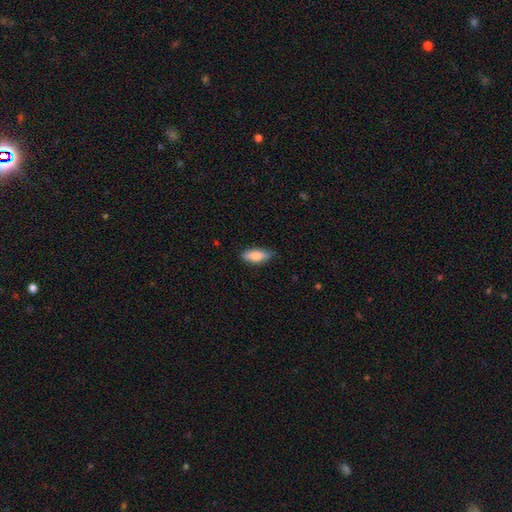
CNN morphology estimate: Smooth or featured?
  - smooth: 84% *
  - featured or disk: 10%
  - star or artifact: 6%
How rounded?
  - in between: 76% *
  - cigar-shaped: 22%
  - round: 2%
Merging?
  - none: 75% *
  - minor disturbance: 21%
  - major disturbance: 3%
  - merger: 1%